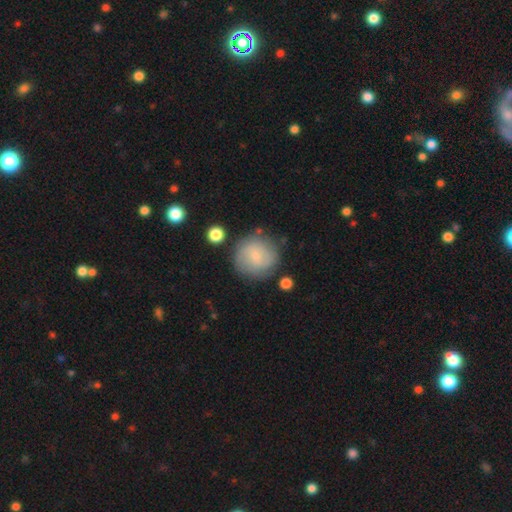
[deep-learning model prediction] A smooth galaxy with no disk features (62%) that is round (92%). Merging: none (77%).